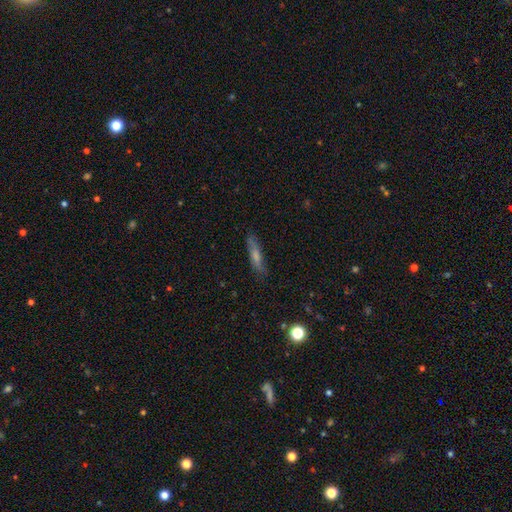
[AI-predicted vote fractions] Q: Smooth or featured?
A: smooth (49%); runner-up: featured or disk (39%)
Q: Merging?
A: none (83%); runner-up: minor disturbance (12%)